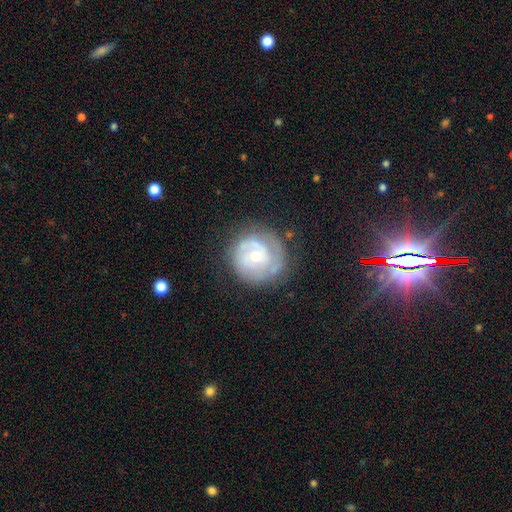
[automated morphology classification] Smooth or featured? Predicted: featured or disk (p=0.72). Edge-on disk? Predicted: no (p=0.98). Bar? Predicted: no (p=0.72). Spiral arms? Predicted: yes (p=0.84). Spiral winding? Predicted: tight (p=0.67). Spiral arm count? Predicted: 2 (p=0.35). Bulge size? Predicted: small (p=0.48). Merging? Predicted: none (p=0.72).